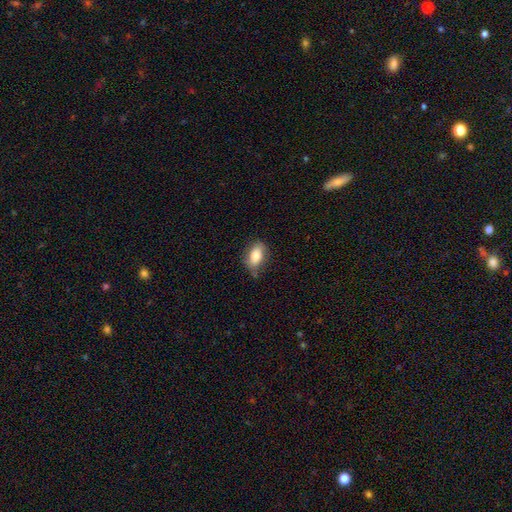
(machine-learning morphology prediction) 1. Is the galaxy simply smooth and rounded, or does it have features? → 81% smooth, 12% featured or disk, 7% star or artifact.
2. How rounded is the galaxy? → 88% in between, 9% round, 4% cigar-shaped.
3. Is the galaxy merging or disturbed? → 69% none, 24% minor disturbance, 5% major disturbance, 2% merger.